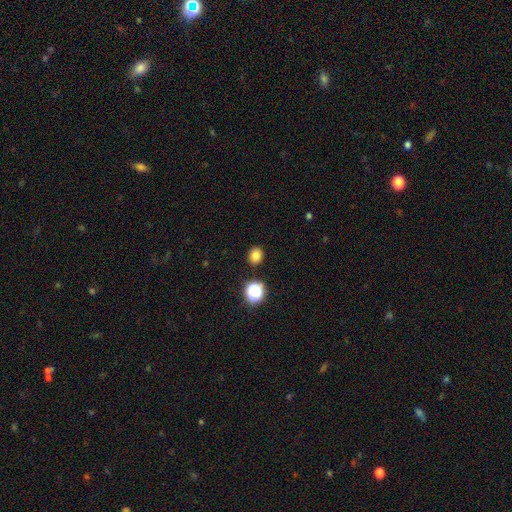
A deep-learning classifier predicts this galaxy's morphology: A smooth galaxy with no disk features (79%) that is round (76%). Merging: none (89%).